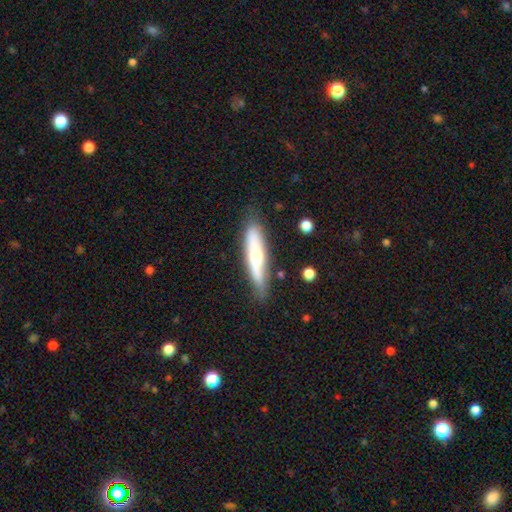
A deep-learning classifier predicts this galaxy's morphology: A smooth galaxy with no disk features (48%).

Vote fractions:
- Smooth or featured? smooth: 48% / featured or disk: 45% / star or artifact: 7%
- Merging? none: 80% / minor disturbance: 15% / major disturbance: 3% / merger: 2%